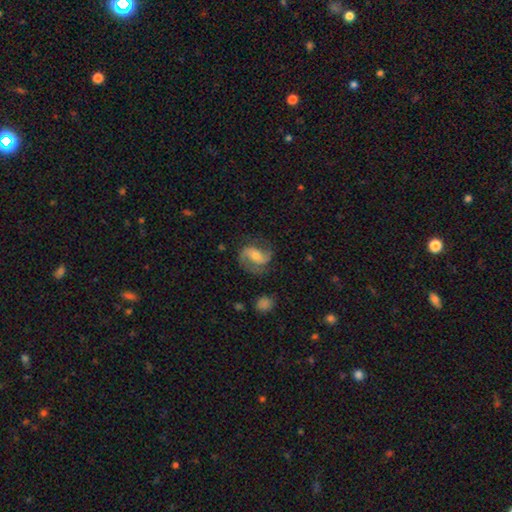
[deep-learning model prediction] This appears to be a featured or disk galaxy (81%) with a weak bar (40%), 2 (89%) medium (50%) spiral arms (95%) and a moderate central bulge (52%). Merging: none (75%).